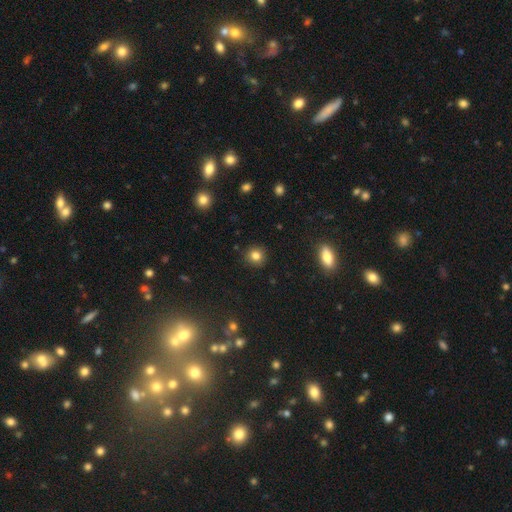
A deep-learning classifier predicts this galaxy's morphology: smooth_or_featured: smooth (p=0.82) [alt: star or artifact p=0.12]
how_rounded: round (p=0.89) [alt: in between p=0.10]
merging: none (p=0.90) [alt: minor disturbance p=0.07]